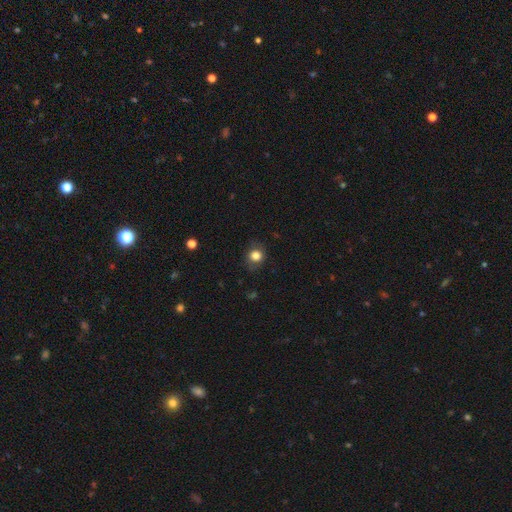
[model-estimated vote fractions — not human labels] This appears to be a smooth galaxy with no disk features (82%) that is round (75%). Merging: none (79%).